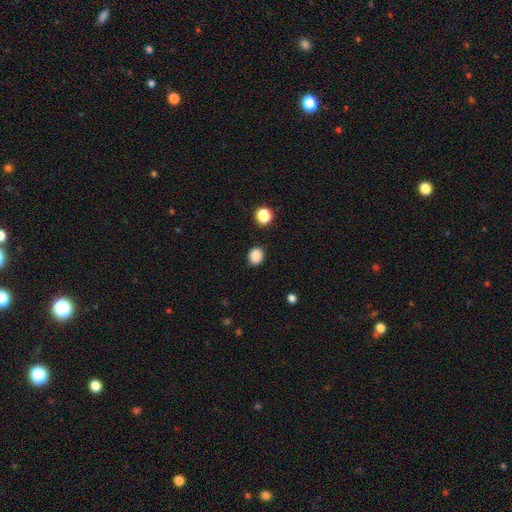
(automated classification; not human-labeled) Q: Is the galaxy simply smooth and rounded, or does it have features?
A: smooth — 87%.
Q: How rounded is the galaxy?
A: round — 59%.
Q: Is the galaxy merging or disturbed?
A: none — 86%.